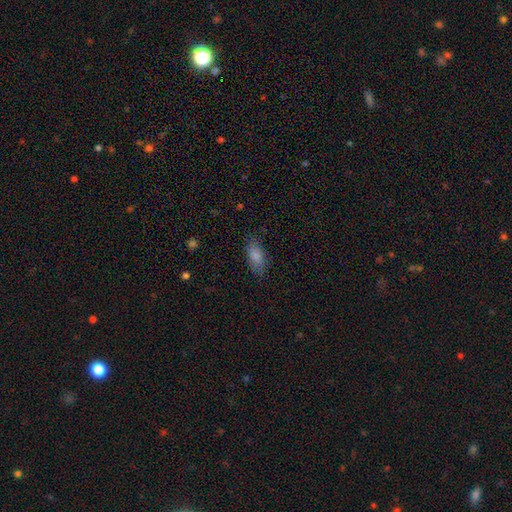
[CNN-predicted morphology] A smooth galaxy with no disk features (85%) that is in between round and cigar-shaped (86%). Merging: none (80%).